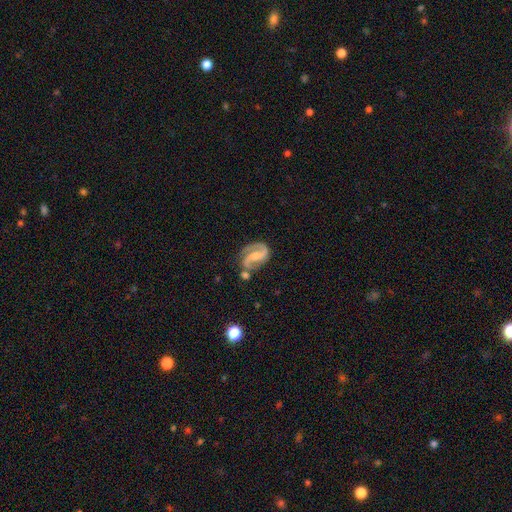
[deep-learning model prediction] Q: Smooth or featured?
A: featured or disk (89%); runner-up: smooth (6%)
Q: Edge-on disk?
A: no (98%); runner-up: yes (2%)
Q: Bar?
A: weak (42%); runner-up: no (32%)
Q: Spiral arms?
A: yes (97%); runner-up: no (3%)
Q: Spiral winding?
A: medium (58%); runner-up: loose (23%)
Q: Spiral arm count?
A: 2 (91%); runner-up: 1 (4%)
Q: Bulge size?
A: small (40%); runner-up: moderate (39%)
Q: Merging?
A: none (58%); runner-up: minor disturbance (20%)